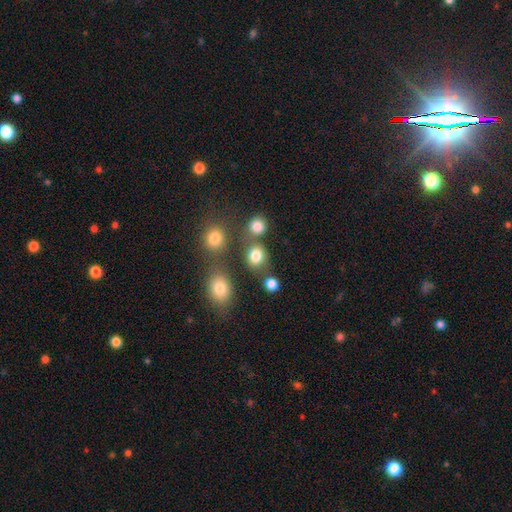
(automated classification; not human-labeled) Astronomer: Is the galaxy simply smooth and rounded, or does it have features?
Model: smooth — 80%.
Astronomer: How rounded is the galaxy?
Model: round — 72%.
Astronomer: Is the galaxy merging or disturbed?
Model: none — 65%.